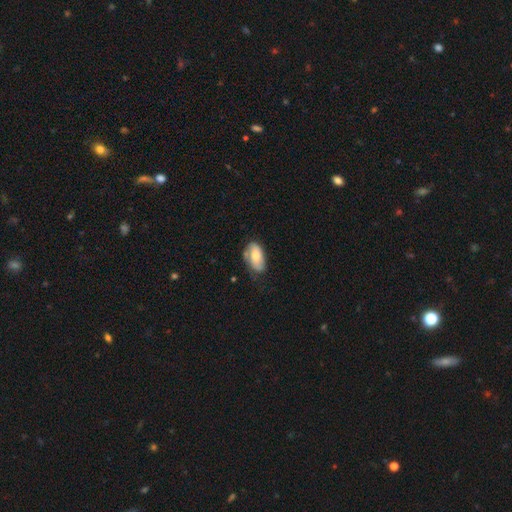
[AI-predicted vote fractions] A smooth galaxy with no disk features (56%) that is in between round and cigar-shaped (92%). Merging: none (53%).